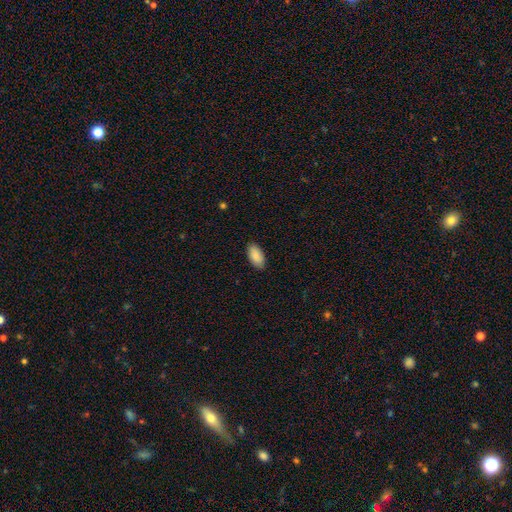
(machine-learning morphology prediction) smooth 89%, star or artifact 6%, featured or disk 4%. Down the decision tree: how rounded — in between (95%); merging — none (87%).